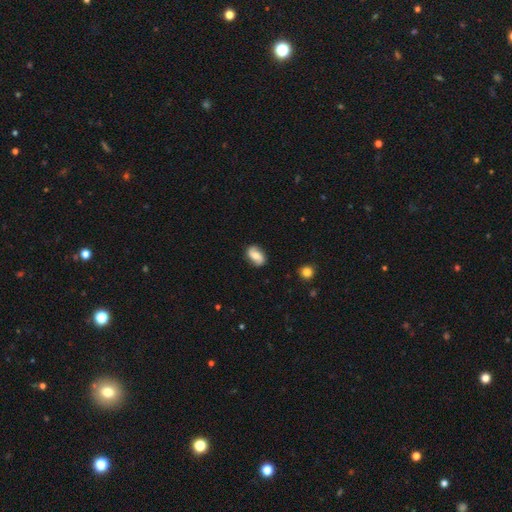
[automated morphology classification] Overall: featured or disk (49%; smooth 43%). Merging: none (83%).